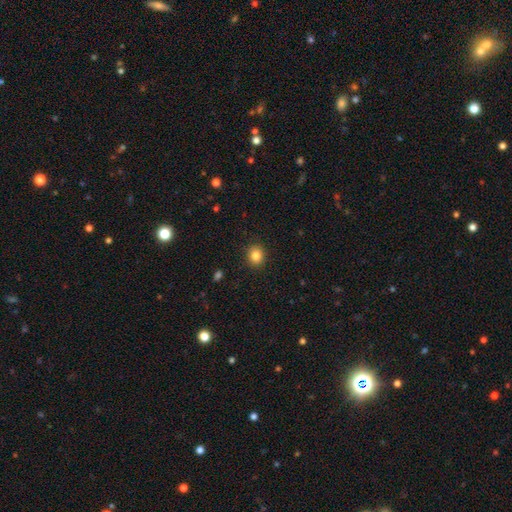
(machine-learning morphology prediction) type=smooth (84%); roundness=round (81%); merging=none (91%).